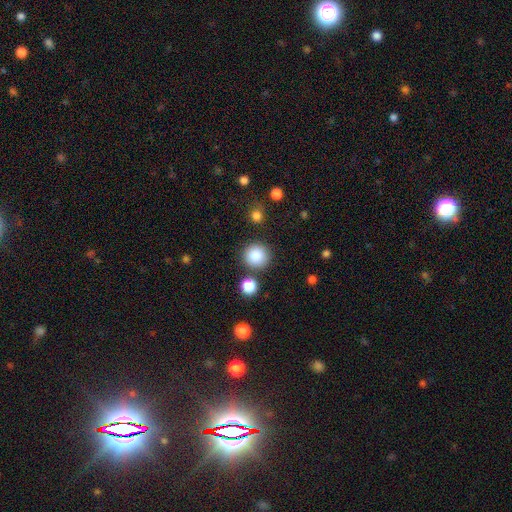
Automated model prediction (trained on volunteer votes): Smooth or featured?
  - smooth: 86% *
  - star or artifact: 9%
  - featured or disk: 4%
How rounded?
  - round: 94% *
  - in between: 5%
  - cigar-shaped: 1%
Merging?
  - none: 84% *
  - minor disturbance: 8%
  - merger: 5%
  - major disturbance: 3%